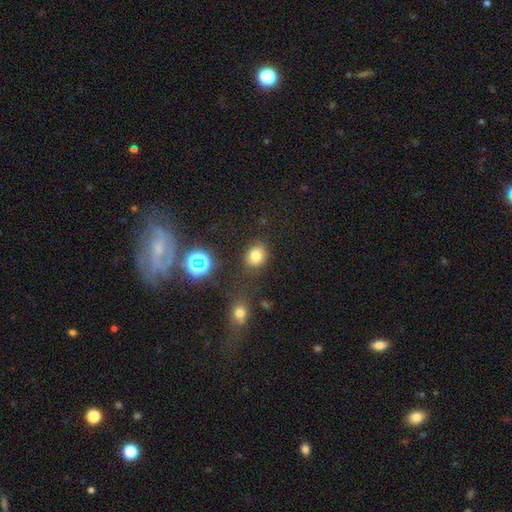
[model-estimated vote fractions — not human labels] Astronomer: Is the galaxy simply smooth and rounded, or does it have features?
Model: smooth — 75%.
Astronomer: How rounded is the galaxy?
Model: round — 64%.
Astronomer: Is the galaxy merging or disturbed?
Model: none — 82%.